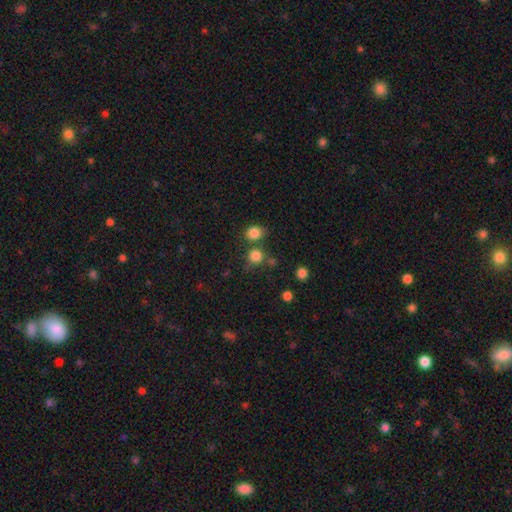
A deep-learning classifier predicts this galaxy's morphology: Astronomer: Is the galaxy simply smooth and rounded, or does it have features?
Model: smooth — 81%.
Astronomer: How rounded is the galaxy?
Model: round — 88%.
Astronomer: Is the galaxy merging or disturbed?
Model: none — 66%.